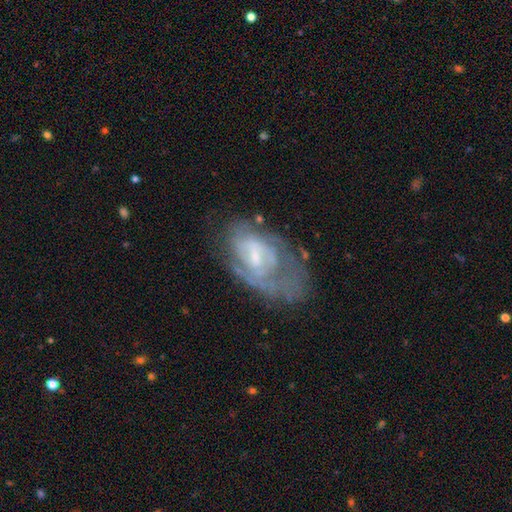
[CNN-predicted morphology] featured or disk 72%, smooth 20%, star or artifact 8%. Down the decision tree: edge-on disk — no (95%); bar — weak (49%); spiral arms — yes (63%); bulge size — small (46%); merging — none (40%).